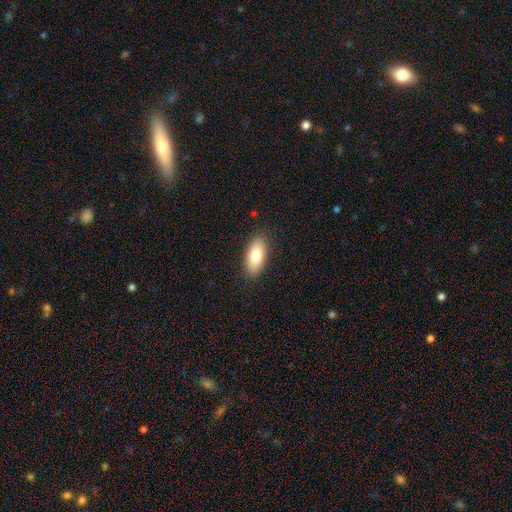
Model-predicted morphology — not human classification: Smooth or featured? Predicted: smooth (p=0.81). How rounded? Predicted: in between (p=0.88). Merging? Predicted: none (p=0.87).